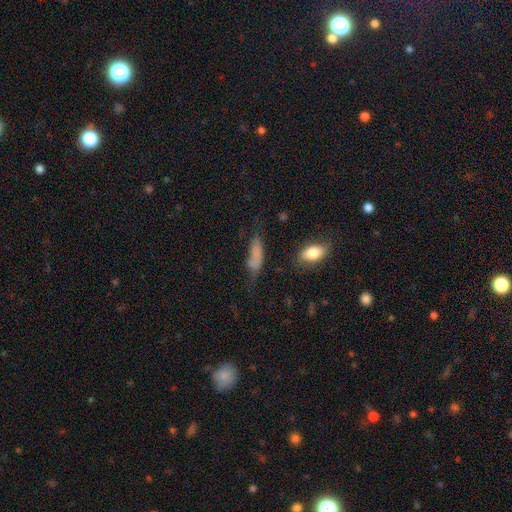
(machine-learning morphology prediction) Smooth or featured?
  - smooth: 69% *
  - featured or disk: 19%
  - star or artifact: 12%
How rounded?
  - in between: 48% * (tied)
  - cigar-shaped: 48% * (tied)
  - round: 4%
Merging?
  - none: 43% *
  - minor disturbance: 29%
  - major disturbance: 20%
  - merger: 8%